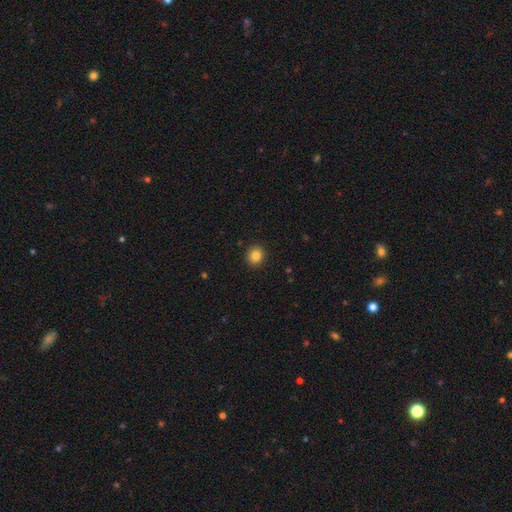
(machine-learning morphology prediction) smooth-or-featured: smooth: 84% | star or artifact: 10% | featured or disk: 5%
  how-rounded: round: 81% | in between: 18% | cigar-shaped: 1%
  merging: none: 92% | minor disturbance: 6% | major disturbance: 2% | merger: 1%